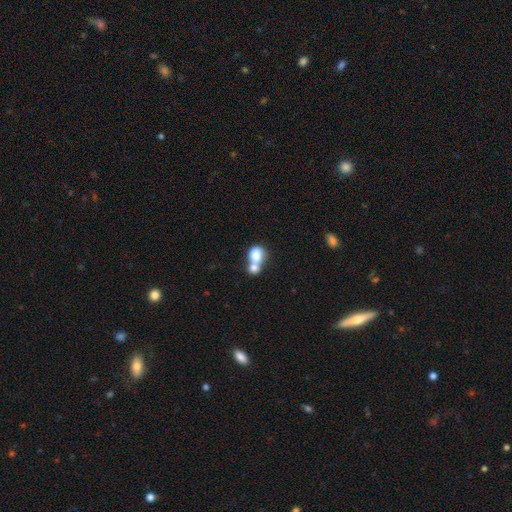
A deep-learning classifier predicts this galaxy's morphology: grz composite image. It shows a smooth galaxy with no disk features (76%) that is round (56%). Merging: merger (68%).